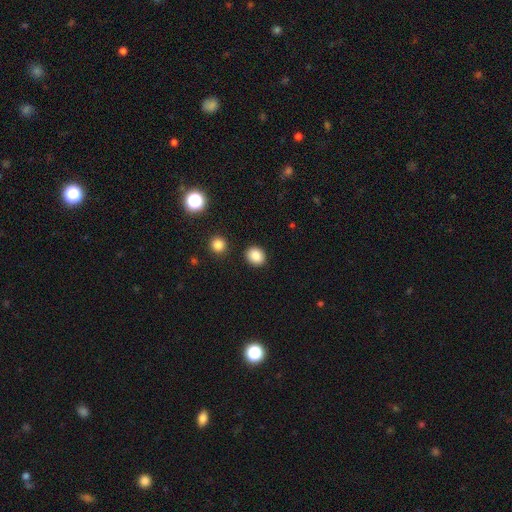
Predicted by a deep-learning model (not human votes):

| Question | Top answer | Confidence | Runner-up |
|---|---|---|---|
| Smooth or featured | smooth | 86% | star or artifact (10%) |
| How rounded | round | 60% | in between (39%) |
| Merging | none | 88% | minor disturbance (7%) |